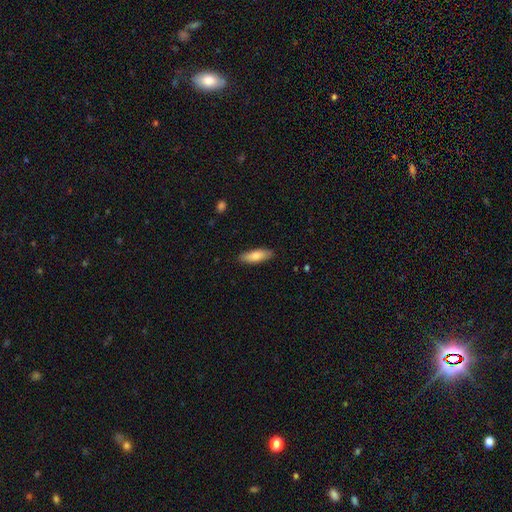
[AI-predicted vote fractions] Smooth or featured? smooth (80%)
How rounded? in between (55%)
Merging? none (88%)